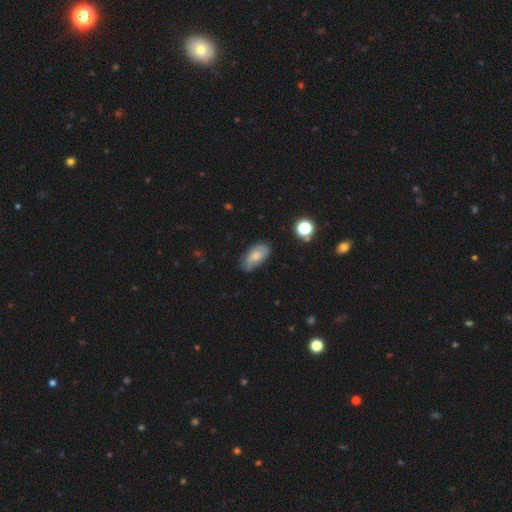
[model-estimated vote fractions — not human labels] Smooth or featured? Predicted: smooth (p=0.55). How rounded? Predicted: in between (p=0.91). Merging? Predicted: none (p=0.68).